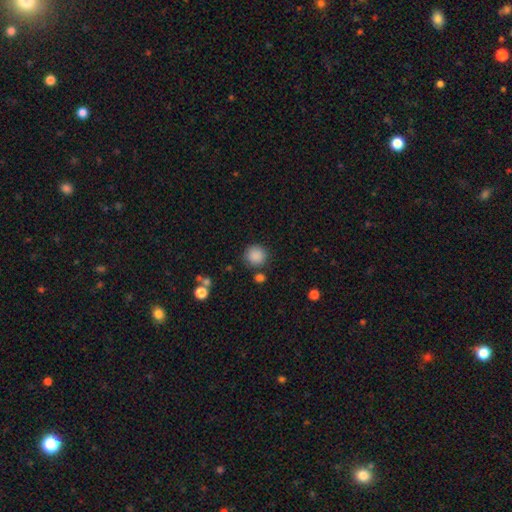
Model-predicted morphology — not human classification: type=smooth (87%); roundness=round (92%); merging=none (83%).